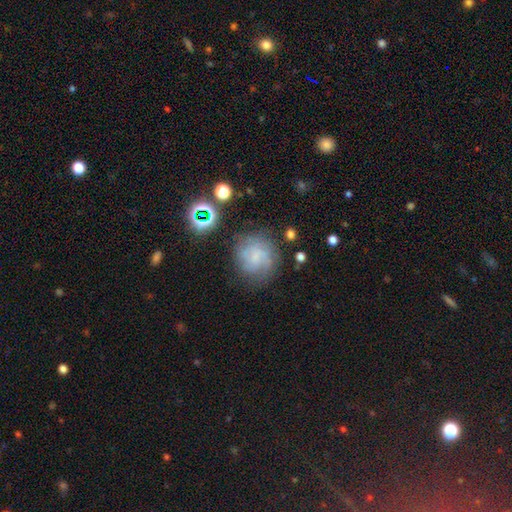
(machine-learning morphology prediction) smooth_or_featured: featured or disk (p=0.47) [alt: smooth p=0.39]
merging: none (p=0.65) [alt: minor disturbance p=0.19]